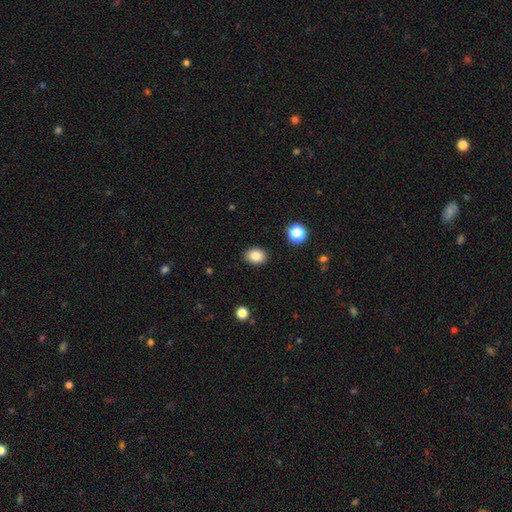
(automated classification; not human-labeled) smooth 85%, star or artifact 10%, featured or disk 5%. Down the decision tree: how rounded — in between (63%); merging — none (89%).